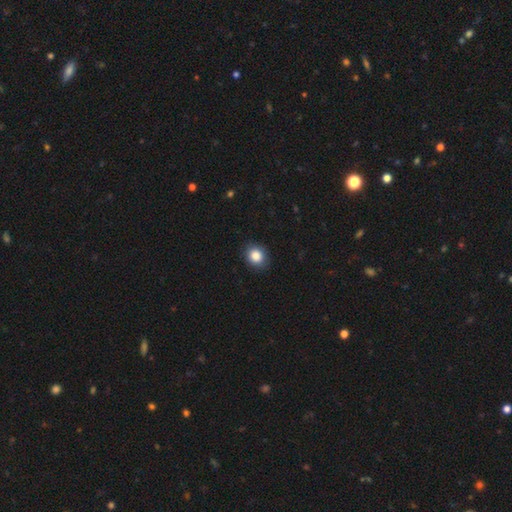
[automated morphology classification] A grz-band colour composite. It shows a smooth galaxy with no disk features (86%) that is round (65%). Merging: none (88%).